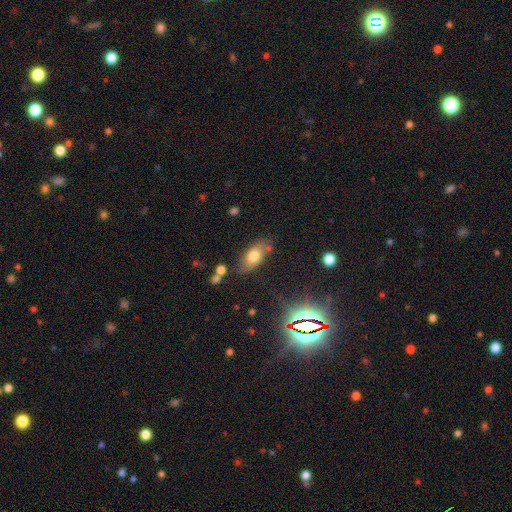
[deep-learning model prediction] Smooth or featured? Predicted: smooth (p=0.60). How rounded? Predicted: in between (p=0.84). Merging? Predicted: none (p=0.77).